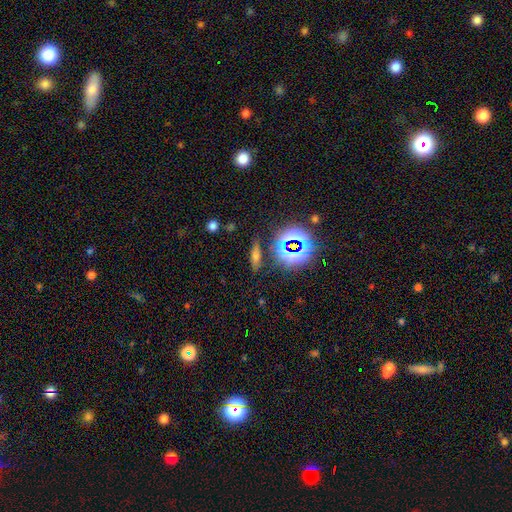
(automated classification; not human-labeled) The model was most divided on "smooth or featured": smooth: 50%, star or artifact: 32%, featured or disk: 19%. More confident: merging — none (80%).